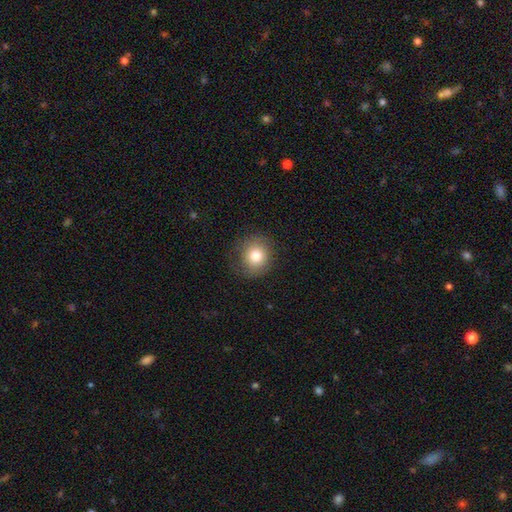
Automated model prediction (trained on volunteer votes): A smooth galaxy with no disk features (79%) that is round (81%).

Vote fractions:
- Smooth or featured? smooth: 79% / featured or disk: 10% / star or artifact: 10%
- How rounded? round: 81% / in between: 18% / cigar-shaped: 1%
- Merging? none: 83% / minor disturbance: 12% / major disturbance: 4% / merger: 1%